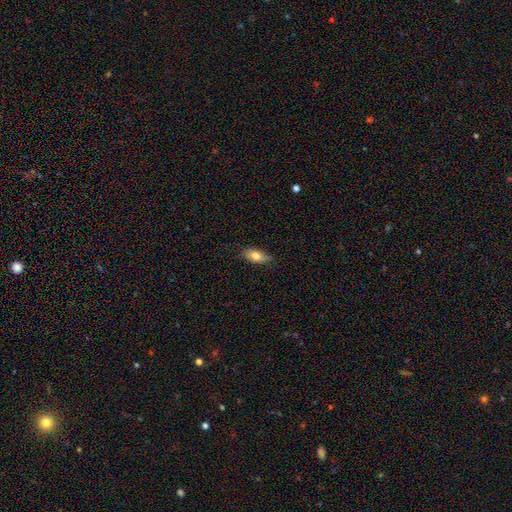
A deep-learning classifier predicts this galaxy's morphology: Smooth or featured?
  - smooth: 77% *
  - featured or disk: 16%
  - star or artifact: 7%
How rounded?
  - in between: 84% *
  - cigar-shaped: 11%
  - round: 5%
Merging?
  - none: 78% *
  - minor disturbance: 18%
  - major disturbance: 3%
  - merger: 1%